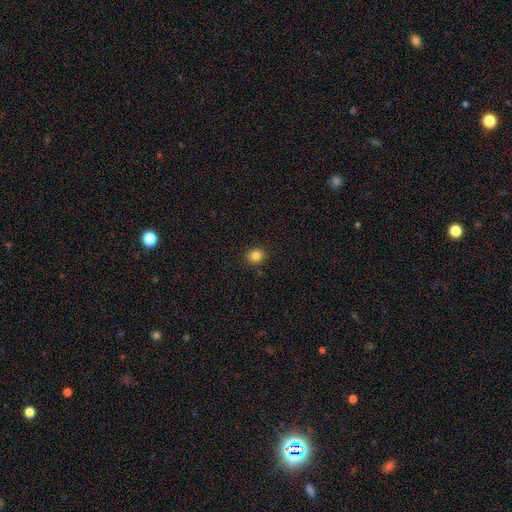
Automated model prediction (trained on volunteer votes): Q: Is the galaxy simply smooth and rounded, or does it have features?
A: smooth — 83%.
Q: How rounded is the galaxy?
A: round — 74%.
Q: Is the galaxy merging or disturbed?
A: none — 89%.